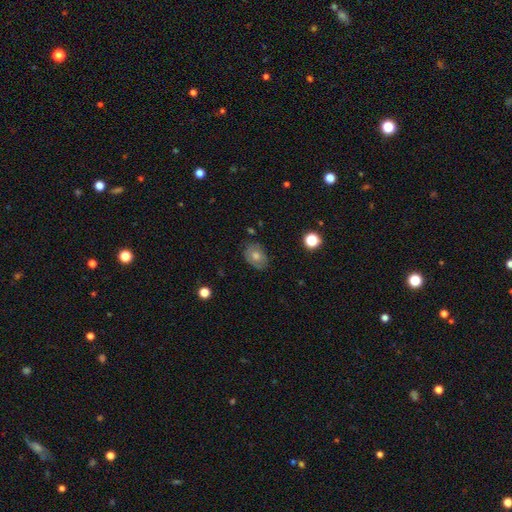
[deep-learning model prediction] Q: Smooth or featured?
A: smooth (55%); runner-up: featured or disk (32%)
Q: How rounded?
A: in between (61%); runner-up: round (38%)
Q: Merging?
A: none (81%); runner-up: minor disturbance (14%)